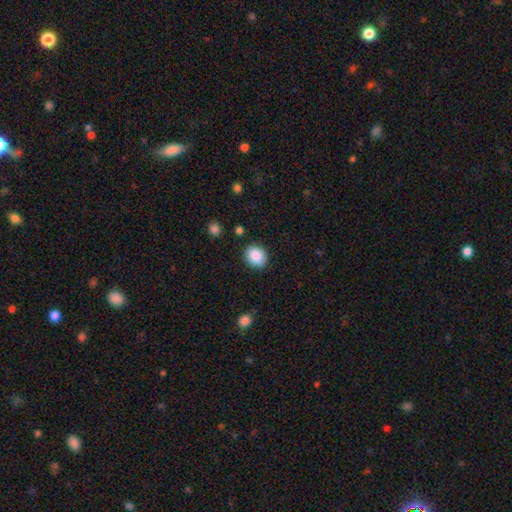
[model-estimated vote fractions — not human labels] Smooth or featured? smooth (88%)
How rounded? round (58%)
Merging? none (88%)